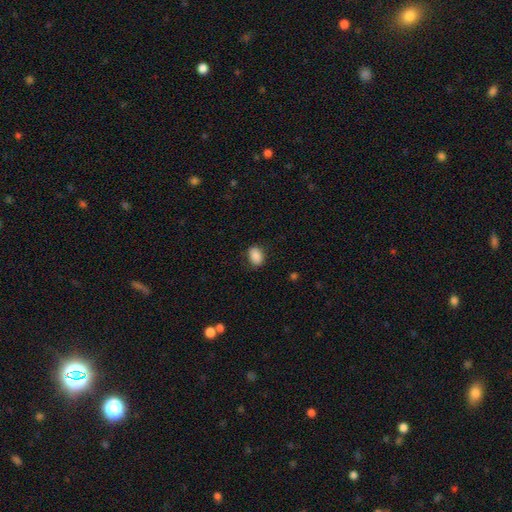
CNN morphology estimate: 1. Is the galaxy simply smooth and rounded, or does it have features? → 88% smooth, 8% star or artifact, 4% featured or disk.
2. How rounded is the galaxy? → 78% in between, 20% round, 1% cigar-shaped.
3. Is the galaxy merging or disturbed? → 83% none, 13% minor disturbance, 3% major disturbance, 1% merger.